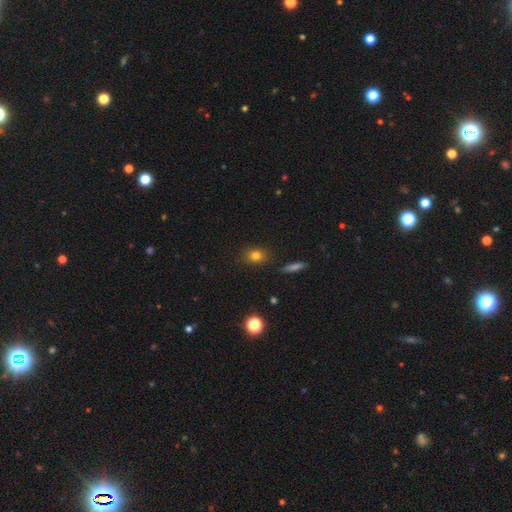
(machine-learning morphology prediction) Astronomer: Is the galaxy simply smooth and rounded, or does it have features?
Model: smooth — 80%.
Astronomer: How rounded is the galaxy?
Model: round — 53% (runner-up: in between, 45%).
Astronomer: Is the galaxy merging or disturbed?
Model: none — 85%.